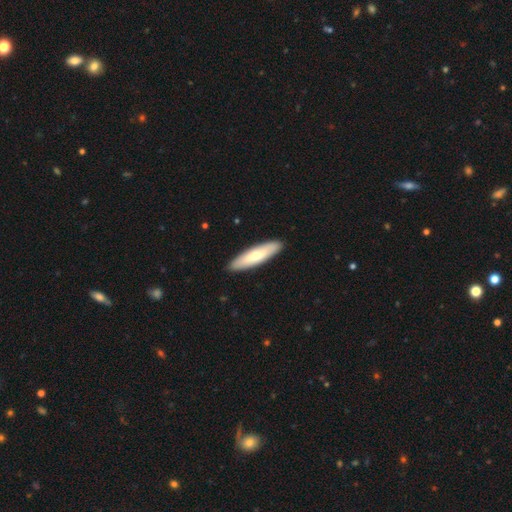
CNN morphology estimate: smooth-or-featured: smooth: 63% | featured or disk: 32% | star or artifact: 5%
  how-rounded: cigar-shaped: 68% | in between: 31% | round: 2%
  merging: none: 91% | minor disturbance: 7% | major disturbance: 1% | merger: 1%